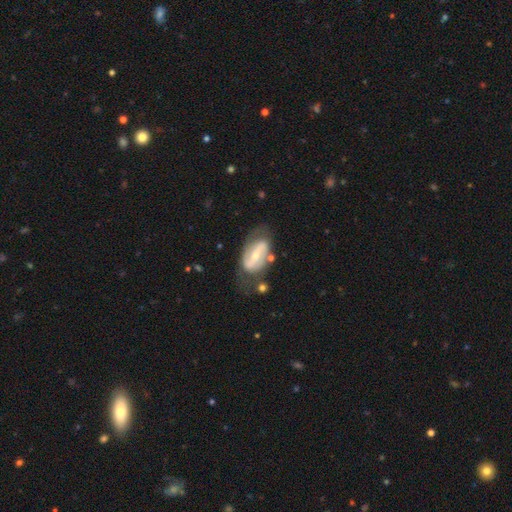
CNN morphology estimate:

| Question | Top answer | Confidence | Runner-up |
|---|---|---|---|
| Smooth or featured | featured or disk | 79% | smooth (16%) |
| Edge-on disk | no | 95% | yes (5%) |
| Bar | strong | 46% | weak (34%) |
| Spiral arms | yes | 86% | no (14%) |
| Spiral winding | medium | 44% | loose (31%) |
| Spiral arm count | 2 | 84% | can't tell (10%) |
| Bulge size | small | 54% | moderate (42%) |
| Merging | none | 61% | minor disturbance (22%) |